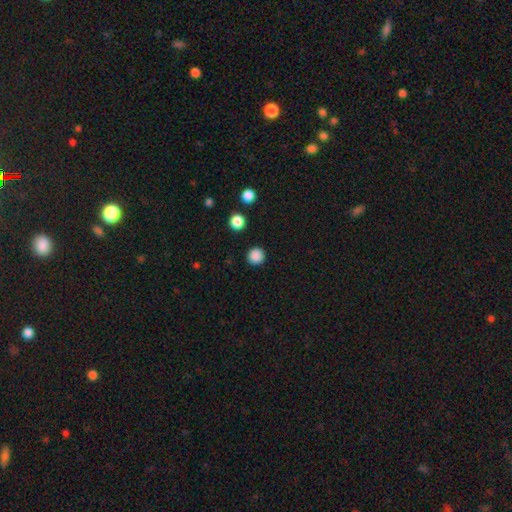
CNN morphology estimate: A smooth galaxy with no disk features (87%) that is round (95%).

Vote fractions:
- Smooth or featured? smooth: 87% / star or artifact: 11% / featured or disk: 2%
- How rounded? round: 95% / in between: 4% / cigar-shaped: 1%
- Merging? none: 92% / minor disturbance: 5% / major disturbance: 2% / merger: 1%